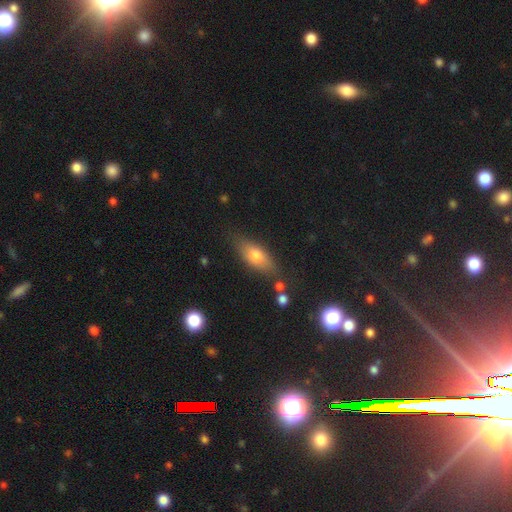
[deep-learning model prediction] This is likely a smooth galaxy (69%). How rounded: likely in between (74%). Merging: likely none (76%).